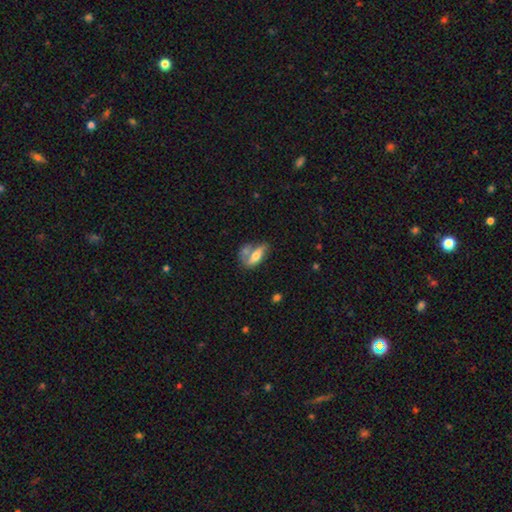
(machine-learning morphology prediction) Smooth or featured? Predicted: smooth (p=0.57). How rounded? Predicted: in between (p=0.69). Merging? Predicted: merger (p=0.38).